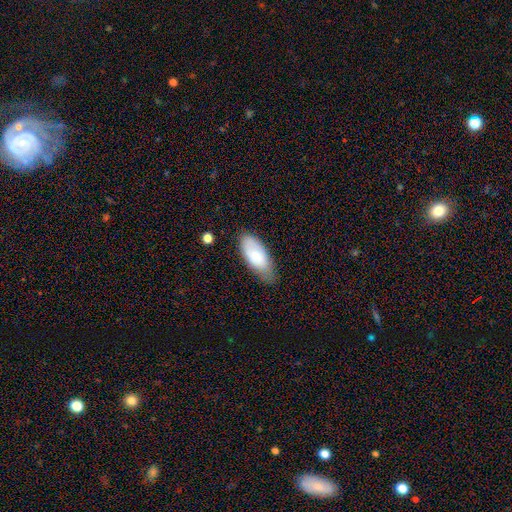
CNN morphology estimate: This appears to be a smooth galaxy with no disk features (72%) that is in between round and cigar-shaped (88%). Merging: none (63%).